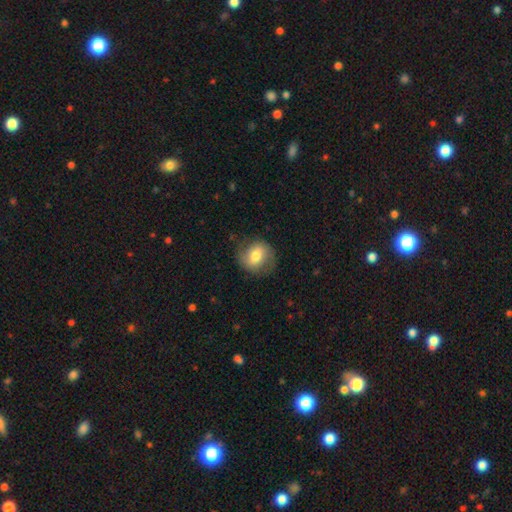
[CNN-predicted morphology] smooth-or-featured: smooth: 63% | featured or disk: 30% | star or artifact: 7%
  how-rounded: round: 72% | in between: 27% | cigar-shaped: 1%
  merging: none: 74% | minor disturbance: 18% | major disturbance: 7% | merger: 1%